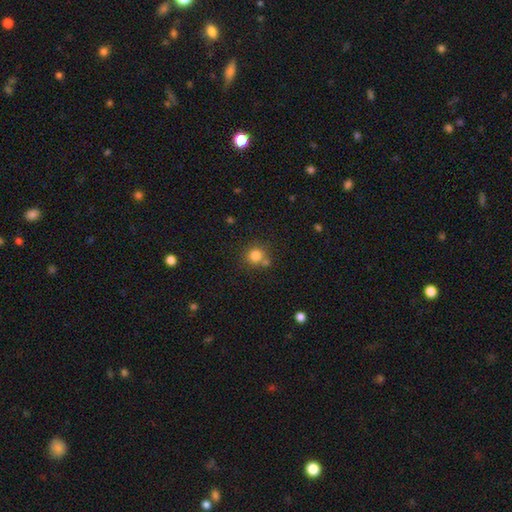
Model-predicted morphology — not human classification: Smooth or featured? smooth (81%)
How rounded? round (90%)
Merging? none (68%)